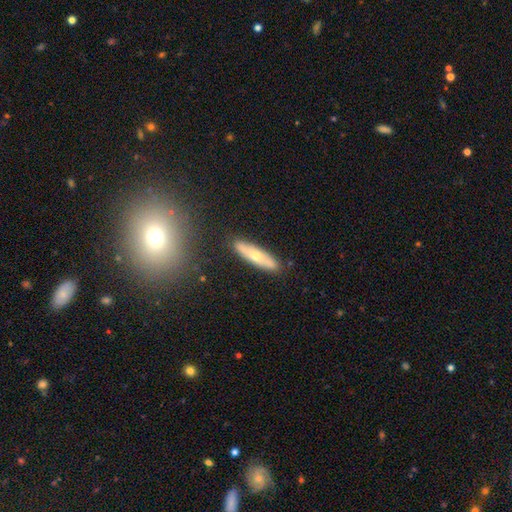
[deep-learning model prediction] Smooth or featured: smooth — 52% (featured or disk — 42%)
How rounded: cigar-shaped — 74% (in between — 24%)
Merging: none — 86% (minor disturbance — 10%)